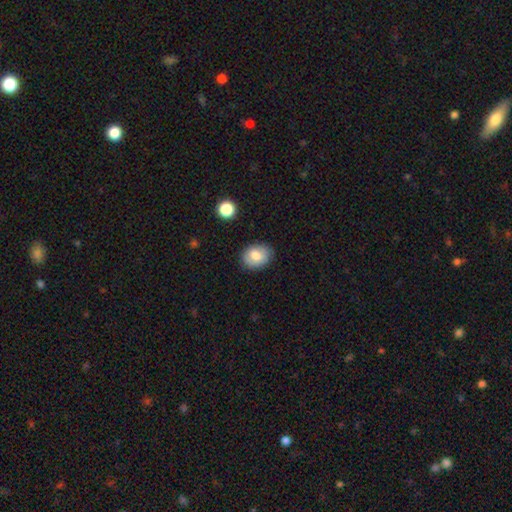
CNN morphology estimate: Smooth or featured? Predicted: smooth (p=0.79). How rounded? Predicted: in between (p=0.67). Merging? Predicted: none (p=0.84).